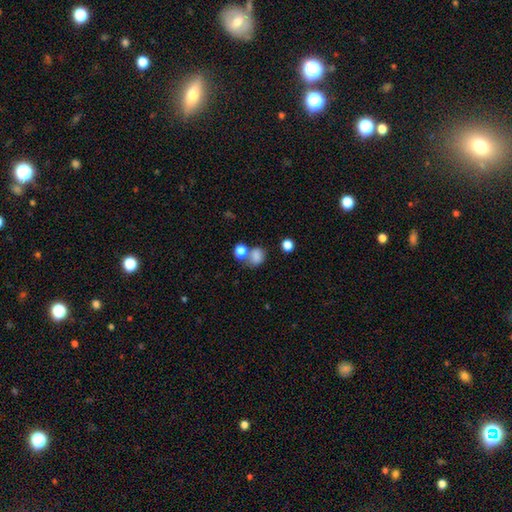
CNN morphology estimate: type=smooth (79%); roundness=round (54%); merging=none (46%).